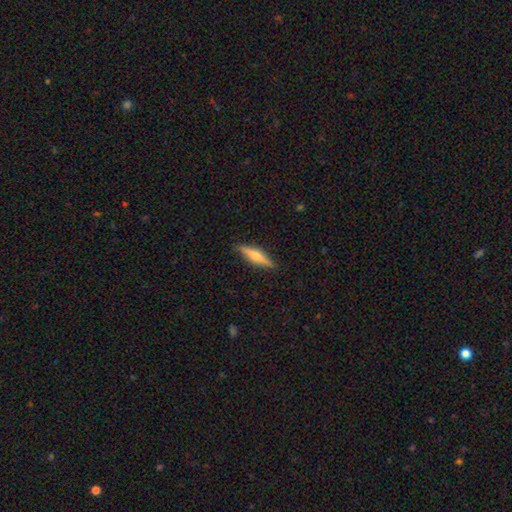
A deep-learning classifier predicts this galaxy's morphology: Q: Smooth or featured?
A: featured or disk (54%); runner-up: smooth (39%)
Q: Edge-on disk?
A: yes (95%); runner-up: no (5%)
Q: Edge-on bulge?
A: rounded (85%); runner-up: none (8%)
Q: Merging?
A: none (89%); runner-up: minor disturbance (9%)